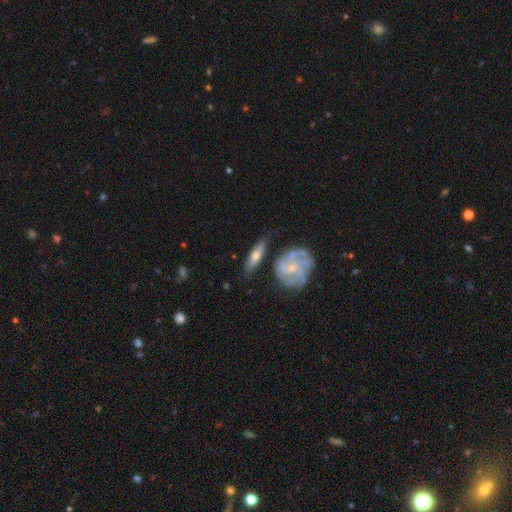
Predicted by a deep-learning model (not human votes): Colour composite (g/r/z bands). It shows a featured or disk galaxy (57%). Merging: none (67%).